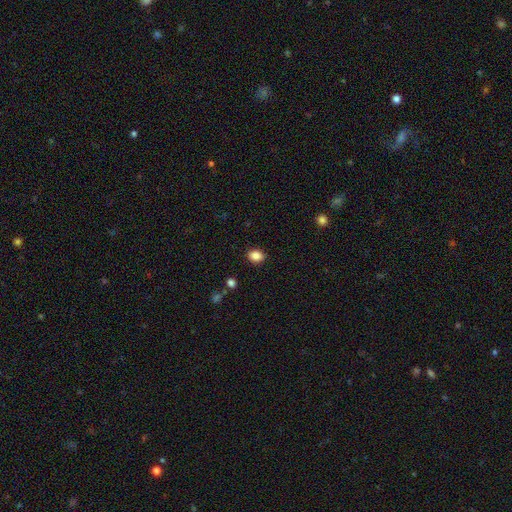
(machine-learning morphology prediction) Smooth or featured: smooth — 86% (star or artifact — 9%)
How rounded: in between — 59% (round — 40%)
Merging: none — 89% (minor disturbance — 8%)